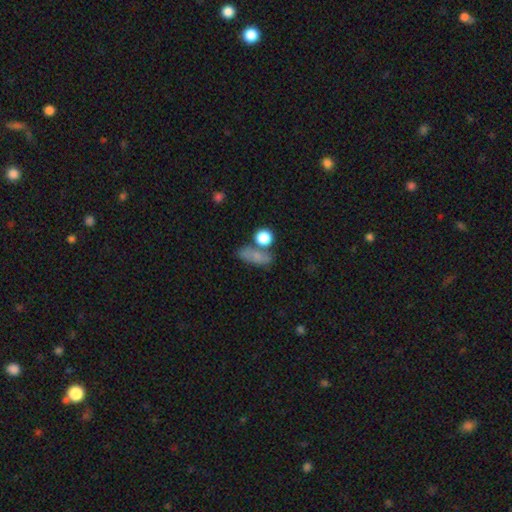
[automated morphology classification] type=smooth (73%); roundness=in between (58%); merging=none (55%).